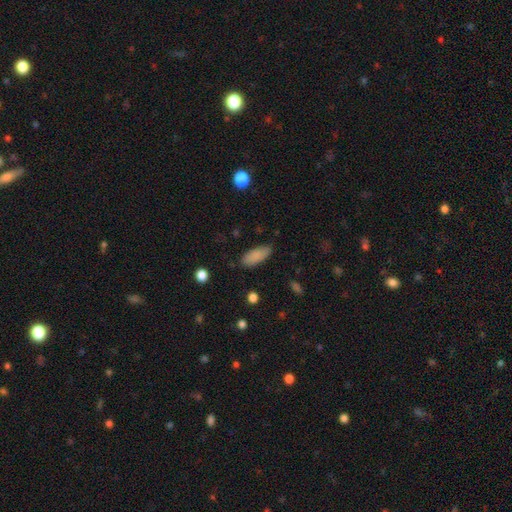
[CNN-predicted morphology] A smooth galaxy with no disk features (87%) that is in between round and cigar-shaped (79%).

Vote fractions:
- Smooth or featured? smooth: 87% / star or artifact: 7% / featured or disk: 6%
- How rounded? in between: 79% / cigar-shaped: 19% / round: 2%
- Merging? none: 82% / minor disturbance: 13% / major disturbance: 3% / merger: 2%